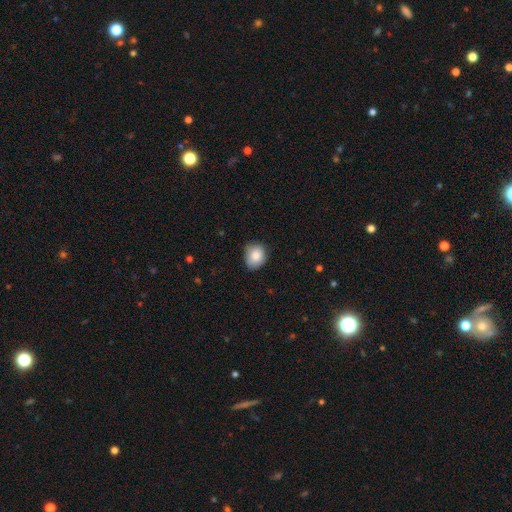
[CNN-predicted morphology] Q: Smooth or featured?
A: smooth (85%); runner-up: star or artifact (8%)
Q: How rounded?
A: round (63%); runner-up: in between (36%)
Q: Merging?
A: none (71%); runner-up: minor disturbance (24%)